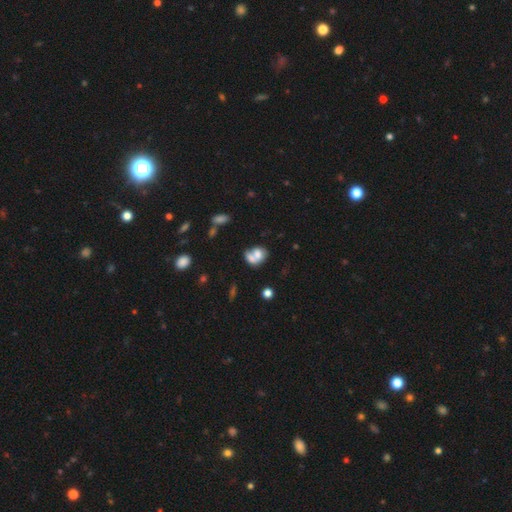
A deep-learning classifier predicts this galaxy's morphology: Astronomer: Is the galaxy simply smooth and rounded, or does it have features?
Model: smooth — 65%.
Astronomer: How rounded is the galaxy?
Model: in between — 55% (runner-up: round, 44%).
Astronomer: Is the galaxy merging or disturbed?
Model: merger — 58%.